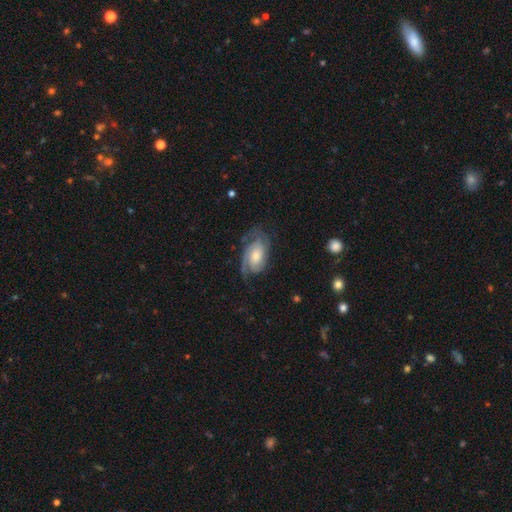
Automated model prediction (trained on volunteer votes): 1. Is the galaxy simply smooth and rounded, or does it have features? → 80% featured or disk, 15% smooth, 5% star or artifact.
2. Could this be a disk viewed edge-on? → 96% no, 4% yes.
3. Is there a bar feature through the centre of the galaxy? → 69% no, 25% weak, 6% strong.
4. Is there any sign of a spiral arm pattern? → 95% yes, 5% no.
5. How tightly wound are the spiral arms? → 47% tight, 38% medium, 14% loose.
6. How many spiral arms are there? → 50% 2, 18% can't tell, 16% 3, 7% 1, 4% 4, 3% more than 4.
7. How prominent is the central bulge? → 46% moderate, 40% small, 9% large, 4% none, 2% dominant.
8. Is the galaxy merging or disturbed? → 65% none, 20% minor disturbance, 14% major disturbance, 1% merger.